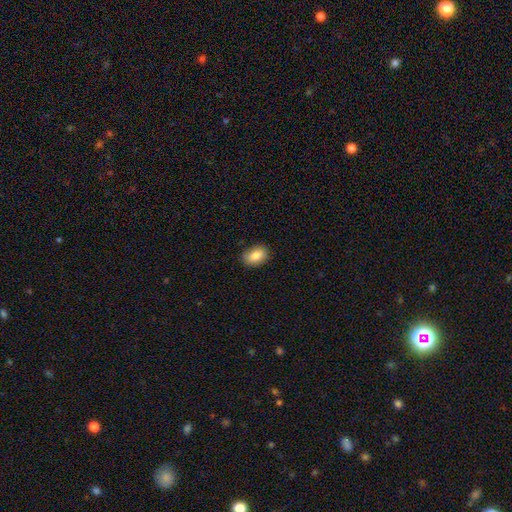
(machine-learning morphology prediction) Smooth or featured? Predicted: smooth (p=0.85). How rounded? Predicted: in between (p=0.85). Merging? Predicted: none (p=0.84).